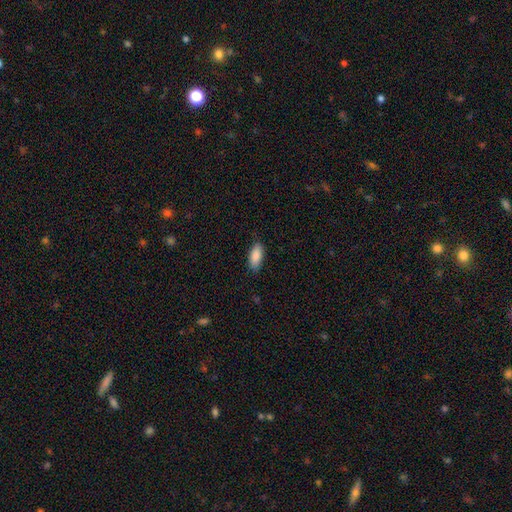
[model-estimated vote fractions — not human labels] The model was most divided on "how rounded": in between: 84%, cigar-shaped: 14%, round: 2%. More confident: smooth or featured — smooth (89%); merging — none (84%).